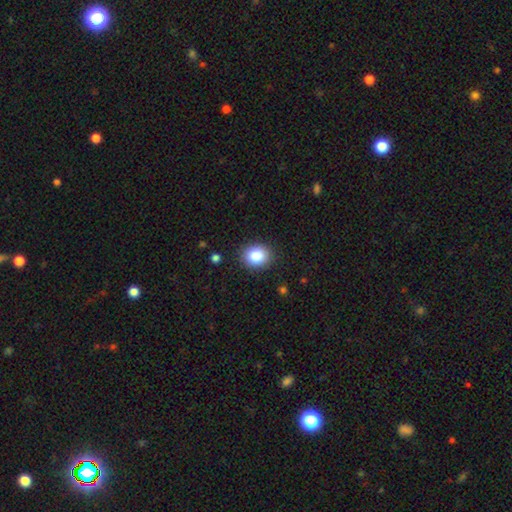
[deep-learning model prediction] Smooth or featured? Predicted: smooth (p=0.83). How rounded? Predicted: round (p=0.62). Merging? Predicted: none (p=0.89).